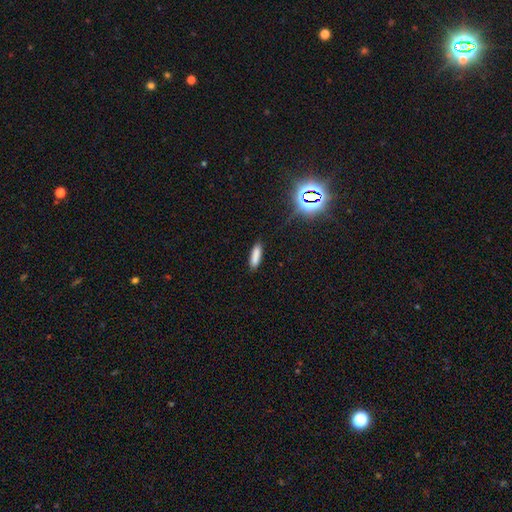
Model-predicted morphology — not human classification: smooth-or-featured: smooth: 83% | star or artifact: 11% | featured or disk: 6%
  how-rounded: cigar-shaped: 62% | in between: 37% | round: 2%
  merging: none: 86% | minor disturbance: 10% | major disturbance: 2% | merger: 2%